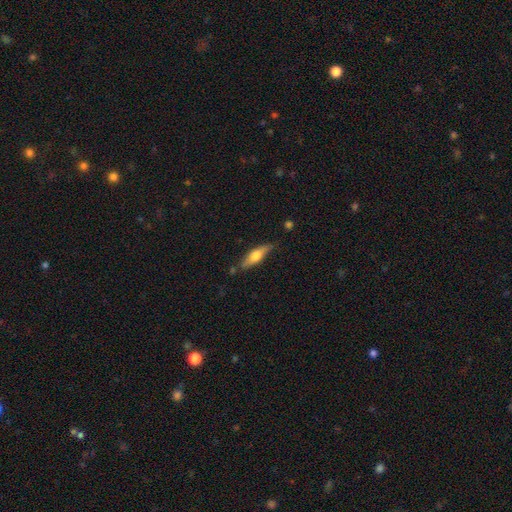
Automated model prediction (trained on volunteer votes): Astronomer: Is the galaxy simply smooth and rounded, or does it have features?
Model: smooth — 50% (runner-up: featured or disk, 44%).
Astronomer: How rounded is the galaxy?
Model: cigar-shaped — 61% (runner-up: in between, 36%).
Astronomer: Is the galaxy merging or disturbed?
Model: none — 75%.